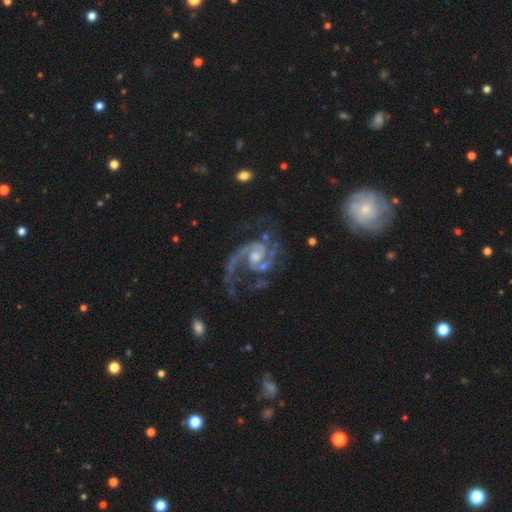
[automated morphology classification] Q: Smooth or featured?
A: featured or disk (93%); runner-up: star or artifact (5%)
Q: Edge-on disk?
A: no (98%); runner-up: yes (2%)
Q: Bar?
A: no (50%); runner-up: weak (40%)
Q: Spiral arms?
A: yes (98%); runner-up: no (2%)
Q: Spiral winding?
A: medium (58%); runner-up: loose (23%)
Q: Spiral arm count?
A: 2 (85%); runner-up: 3 (5%)
Q: Bulge size?
A: moderate (49%); runner-up: small (38%)
Q: Merging?
A: none (57%); runner-up: major disturbance (20%)